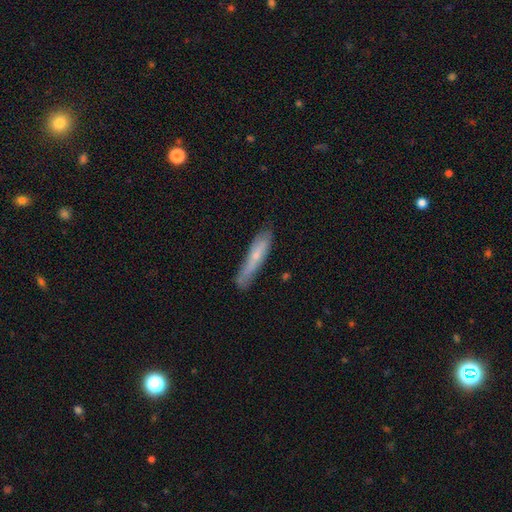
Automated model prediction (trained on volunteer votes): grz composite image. It shows a smooth galaxy with no disk features (56%) that is cigar-shaped (88%). Merging: none (68%).